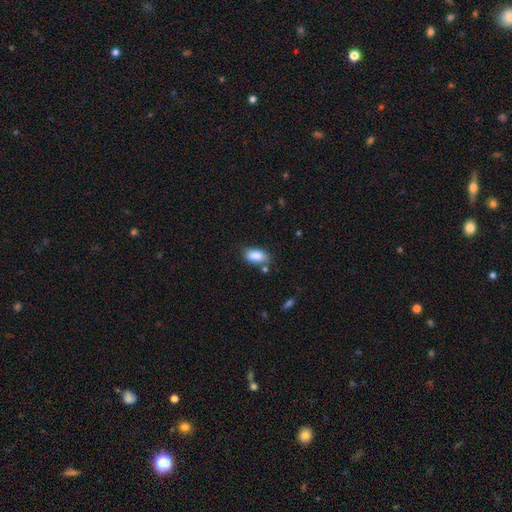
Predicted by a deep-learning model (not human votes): A smooth galaxy with no disk features (86%) that is in between round and cigar-shaped (91%). Merging: none (69%).